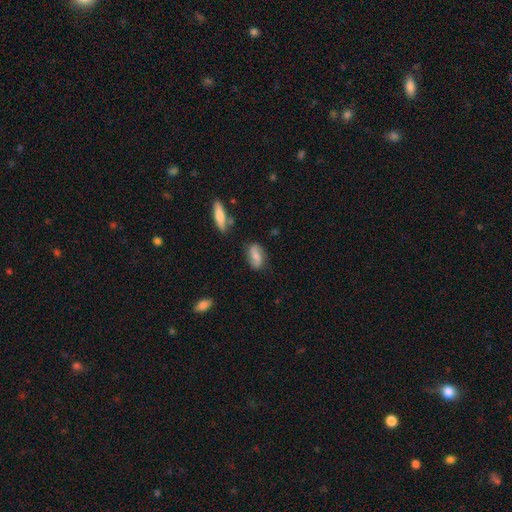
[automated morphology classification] Smooth or featured? smooth (50%)
Merging? none (76%)